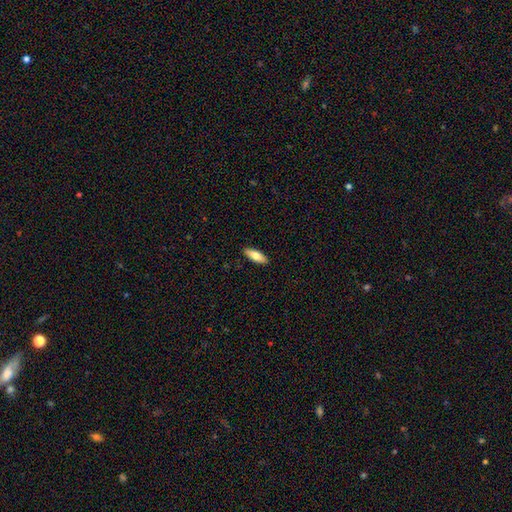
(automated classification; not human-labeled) A smooth galaxy with no disk features (75%) that is in between round and cigar-shaped (65%).

Vote fractions:
- Smooth or featured? smooth: 75% / featured or disk: 20% / star or artifact: 6%
- How rounded? in between: 65% / cigar-shaped: 33% / round: 2%
- Merging? none: 90% / minor disturbance: 7% / major disturbance: 2% / merger: 1%